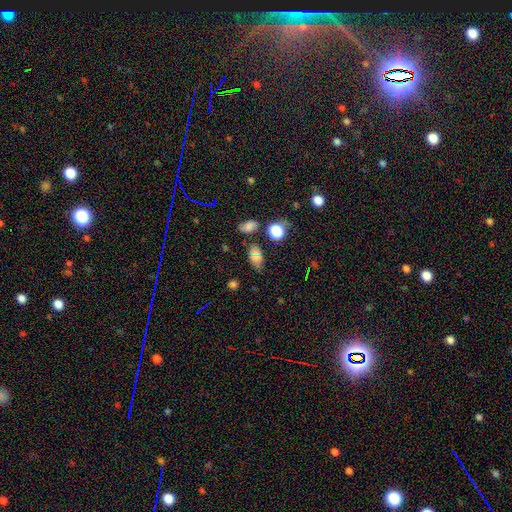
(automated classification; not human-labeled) A smooth galaxy with no disk features (69%) that is in between round and cigar-shaped (84%). Merging: none (67%).